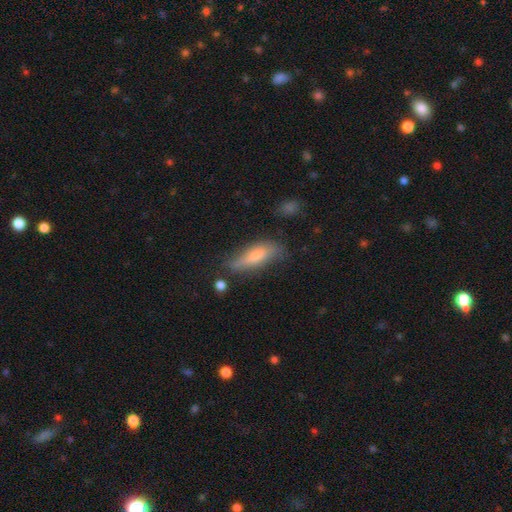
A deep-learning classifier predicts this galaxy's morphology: A smooth galaxy with no disk features (68%) that is in between round and cigar-shaped (49%, tied with cigar-shaped).

Vote fractions:
- Smooth or featured? smooth: 68% / featured or disk: 24% / star or artifact: 7%
- How rounded? in between: 49% (tied) / cigar-shaped: 49% (tied) / round: 2%
- Merging? none: 59% / minor disturbance: 28% / major disturbance: 9% / merger: 4%